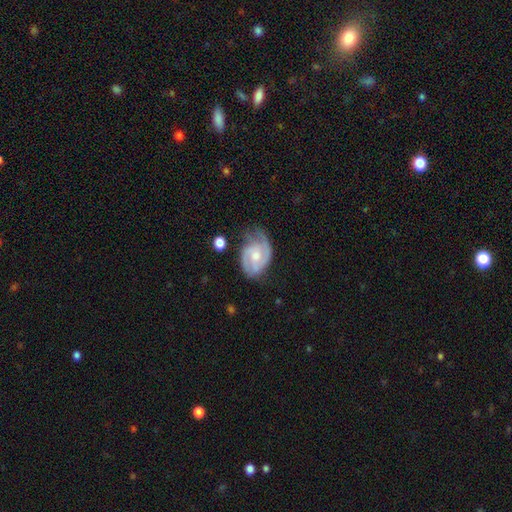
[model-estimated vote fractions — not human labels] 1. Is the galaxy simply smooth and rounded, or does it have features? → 82% featured or disk, 13% smooth, 5% star or artifact.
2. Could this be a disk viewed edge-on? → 97% no, 3% yes.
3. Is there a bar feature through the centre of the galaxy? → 50% no, 42% weak, 8% strong.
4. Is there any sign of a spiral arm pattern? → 95% yes, 5% no.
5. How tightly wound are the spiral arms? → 45% tight, 43% medium, 11% loose.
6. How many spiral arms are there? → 68% 2, 12% can't tell, 10% 3, 6% 1, 2% 4, 2% more than 4.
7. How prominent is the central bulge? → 58% moderate, 34% small, 4% large, 3% none, 1% dominant.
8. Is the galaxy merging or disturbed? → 54% none, 30% minor disturbance, 14% major disturbance, 2% merger.